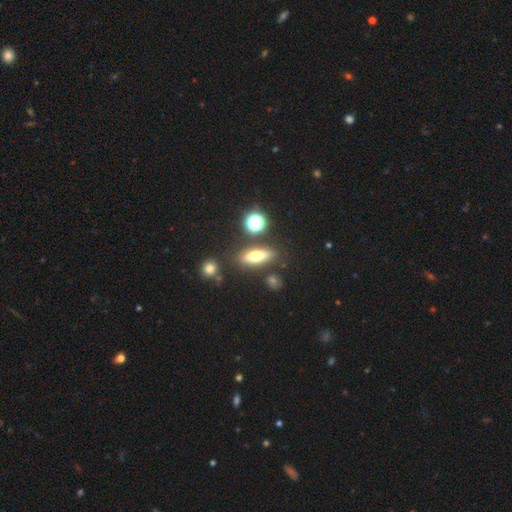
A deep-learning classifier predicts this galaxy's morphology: The model was most divided on "how rounded": in between: 47%, cigar-shaped: 46%, round: 6%. More confident: merging — none (78%); smooth or featured — smooth (61%).